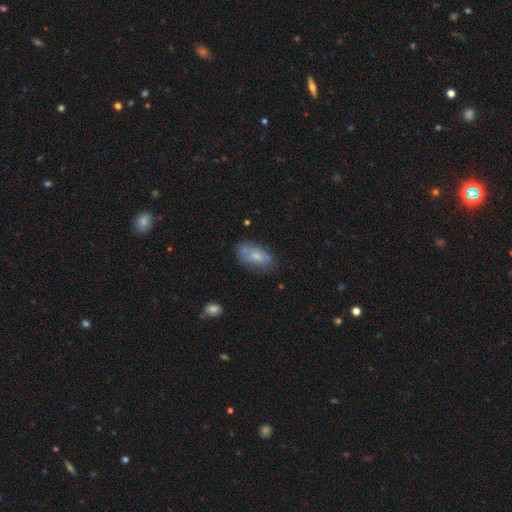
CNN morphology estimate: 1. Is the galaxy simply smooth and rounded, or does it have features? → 63% smooth, 29% featured or disk, 8% star or artifact.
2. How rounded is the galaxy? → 91% in between, 5% round, 4% cigar-shaped.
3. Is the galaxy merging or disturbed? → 60% none, 27% minor disturbance, 9% major disturbance, 4% merger.